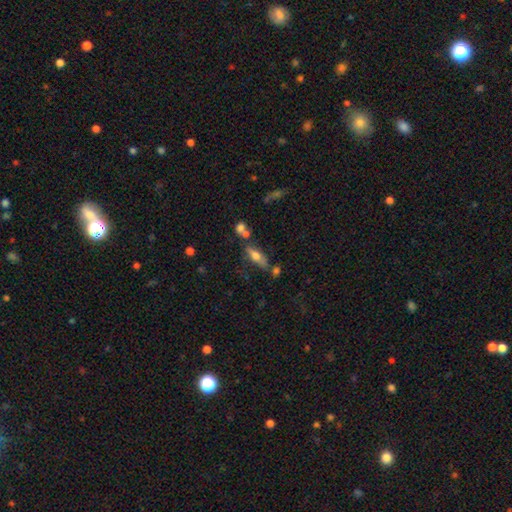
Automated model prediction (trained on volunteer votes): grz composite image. It shows a smooth galaxy with no disk features (58%) that is in between round and cigar-shaped (58%). Merging: none (56%).